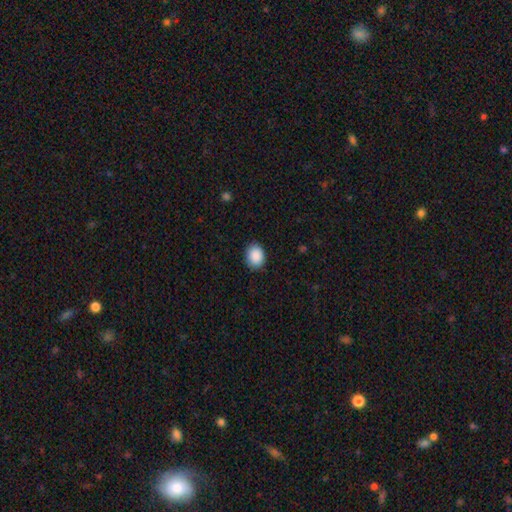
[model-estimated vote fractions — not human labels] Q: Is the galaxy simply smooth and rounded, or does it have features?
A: smooth — 90%.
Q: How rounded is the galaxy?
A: in between — 57%.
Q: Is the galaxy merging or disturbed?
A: none — 89%.